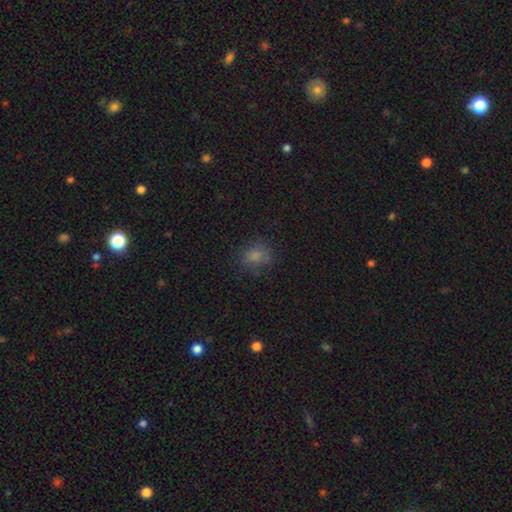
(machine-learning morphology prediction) smooth_or_featured: smooth (p=0.76) [alt: star or artifact p=0.15]
how_rounded: round (p=0.62) [alt: in between p=0.36]
merging: none (p=0.73) [alt: minor disturbance p=0.17]